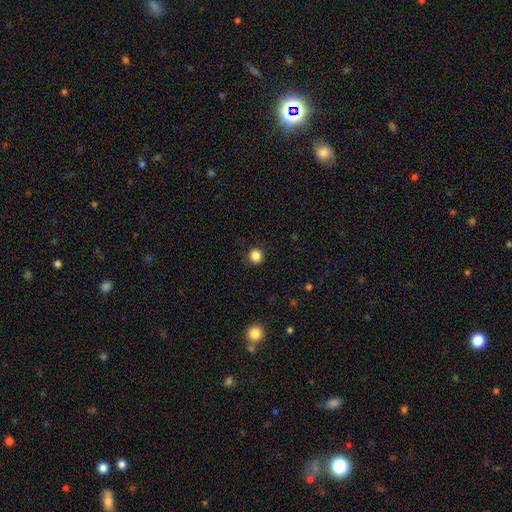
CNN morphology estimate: smooth-or-featured: smooth: 85% | star or artifact: 11% | featured or disk: 4%
  how-rounded: round: 90% | in between: 9% | cigar-shaped: 1%
  merging: none: 88% | minor disturbance: 8% | major disturbance: 2% | merger: 1%